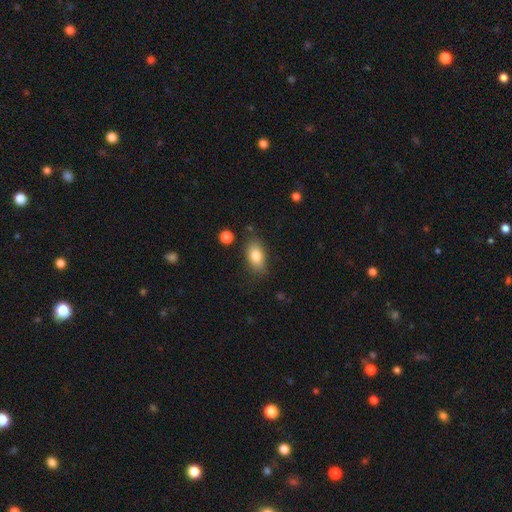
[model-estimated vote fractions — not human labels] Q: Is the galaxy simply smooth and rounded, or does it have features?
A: smooth — 82%.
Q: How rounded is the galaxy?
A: in between — 88%.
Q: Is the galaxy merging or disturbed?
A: none — 79%.